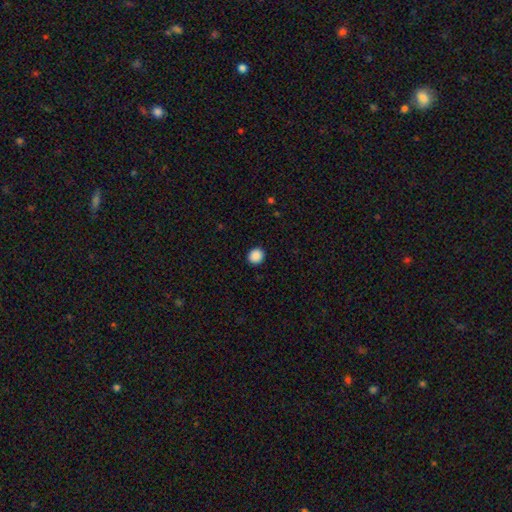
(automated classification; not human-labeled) Smooth or featured? Predicted: smooth (p=0.89). How rounded? Predicted: round (p=0.89). Merging? Predicted: none (p=0.93).